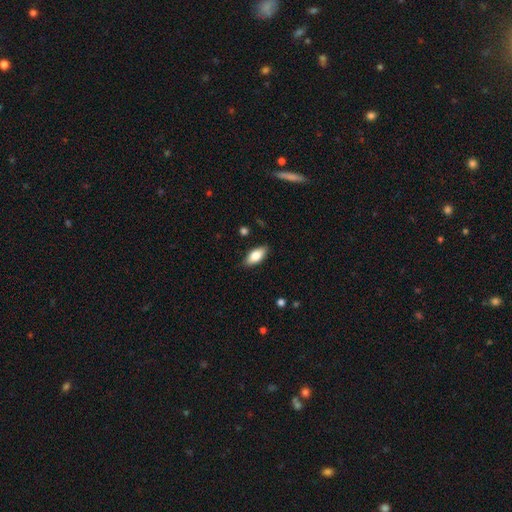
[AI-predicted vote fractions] Morphology: type=smooth (75%); roundness=in between (85%); merging=none (86%).